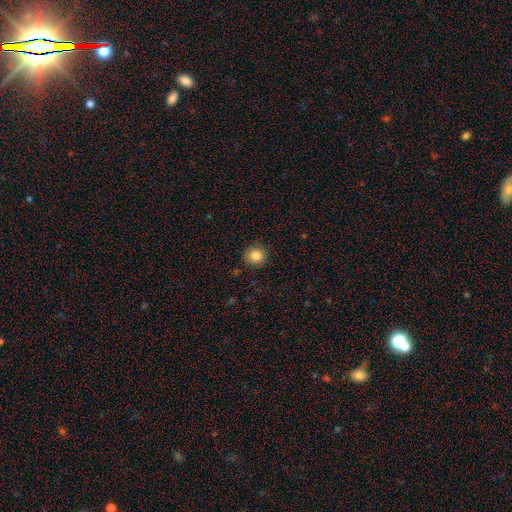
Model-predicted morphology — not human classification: A smooth galaxy with no disk features (84%) that is round (91%).

Vote fractions:
- Smooth or featured? smooth: 84% / star or artifact: 10% / featured or disk: 6%
- How rounded? round: 91% / in between: 8% / cigar-shaped: 1%
- Merging? none: 88% / minor disturbance: 9% / major disturbance: 2% / merger: 1%